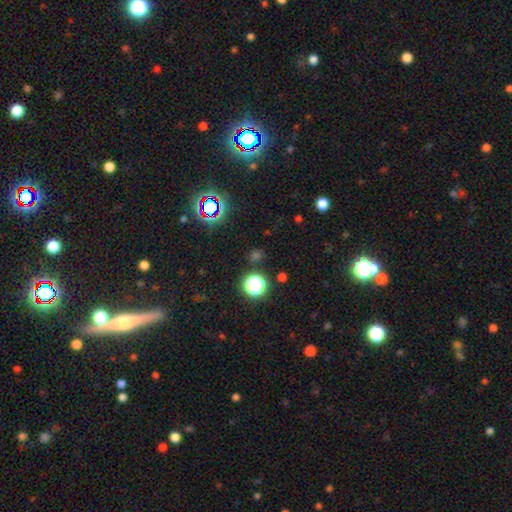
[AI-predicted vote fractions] This appears to be a star or artifact, not a galaxy (54%).